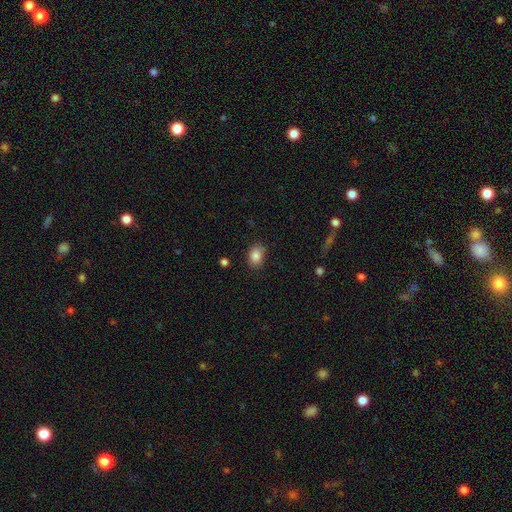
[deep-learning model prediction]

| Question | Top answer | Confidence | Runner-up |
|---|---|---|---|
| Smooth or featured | smooth | 85% | star or artifact (9%) |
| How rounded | in between | 64% | round (35%) |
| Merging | none | 79% | minor disturbance (16%) |